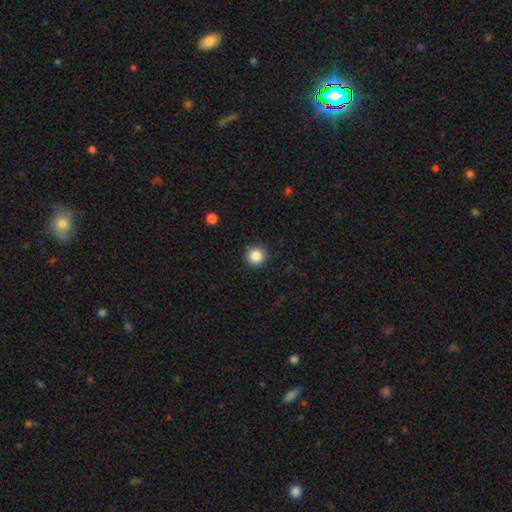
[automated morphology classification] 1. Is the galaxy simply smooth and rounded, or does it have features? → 86% smooth, 10% star or artifact, 4% featured or disk.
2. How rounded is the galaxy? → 95% round, 4% in between, 1% cigar-shaped.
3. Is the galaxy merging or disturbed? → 92% none, 5% minor disturbance, 2% major disturbance, 1% merger.